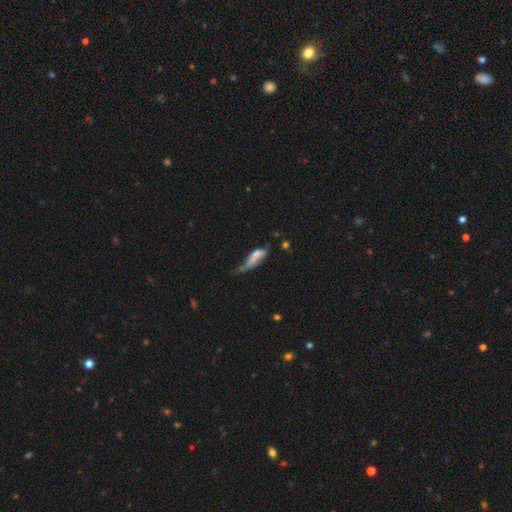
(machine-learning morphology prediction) The model was most divided on "merging": major disturbance: 38%, minor disturbance: 27%, none: 19%, merger: 16%. More confident: how rounded — in between (67%); smooth or featured — smooth (58%).